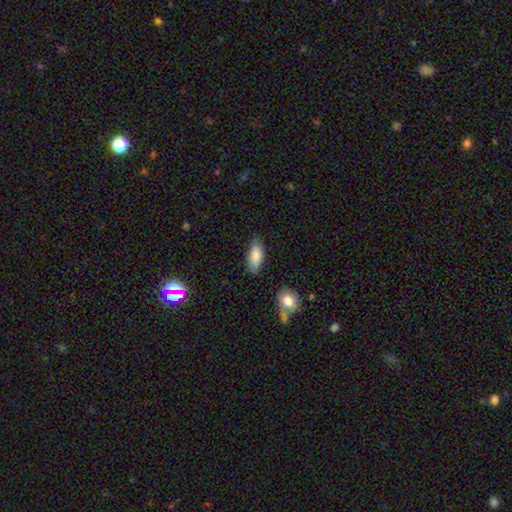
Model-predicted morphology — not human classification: Smooth or featured?
  - smooth: 86% *
  - featured or disk: 8%
  - star or artifact: 7%
How rounded?
  - in between: 88% *
  - cigar-shaped: 9%
  - round: 2%
Merging?
  - none: 77% *
  - minor disturbance: 17%
  - major disturbance: 3%
  - merger: 3%